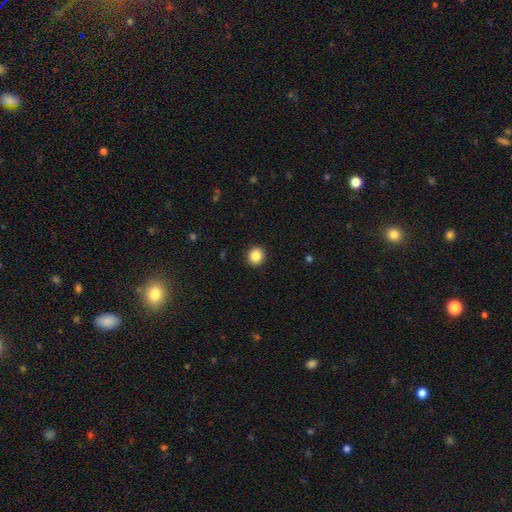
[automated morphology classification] Smooth or featured: smooth — 87% (star or artifact — 10%)
How rounded: round — 90% (in between — 9%)
Merging: none — 92% (minor disturbance — 5%)